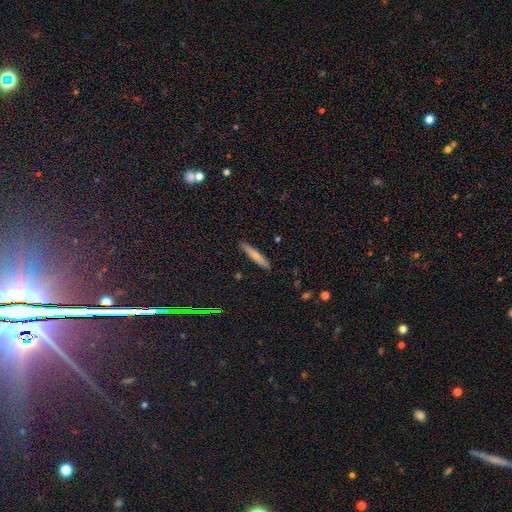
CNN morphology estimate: smooth_or_featured: smooth (p=0.68) [alt: featured or disk p=0.25]
how_rounded: cigar-shaped (p=0.92) [alt: in between p=0.06]
merging: none (p=0.89) [alt: minor disturbance p=0.08]